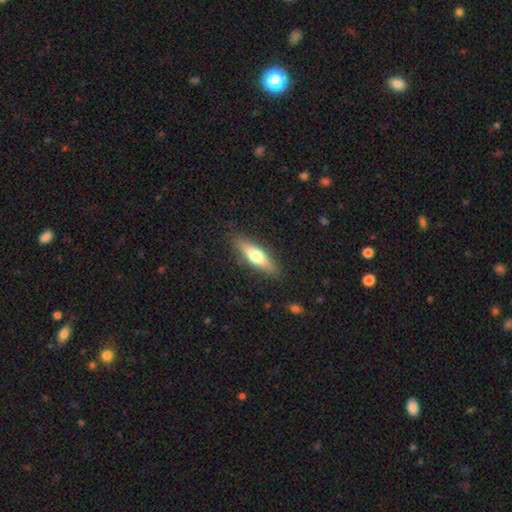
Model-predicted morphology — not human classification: smooth 54%, featured or disk 40%, star or artifact 6%. Down the decision tree: how rounded — cigar-shaped (63%); merging — none (87%).